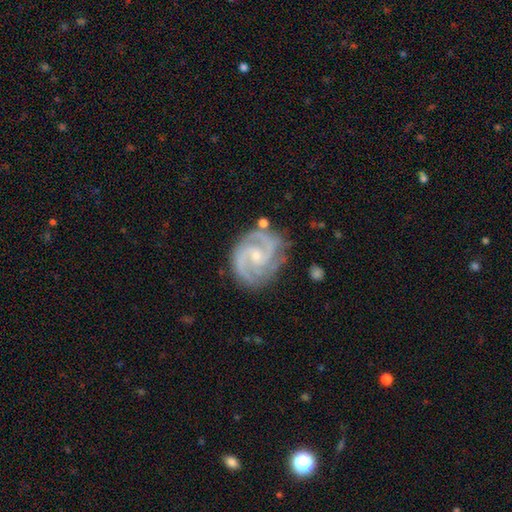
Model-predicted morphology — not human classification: This appears to be a featured or disk galaxy (92%) with no bar (52%), 2 (73%) medium (49%) spiral arms (98%) and a small central bulge (64%). Merging: none (75%).